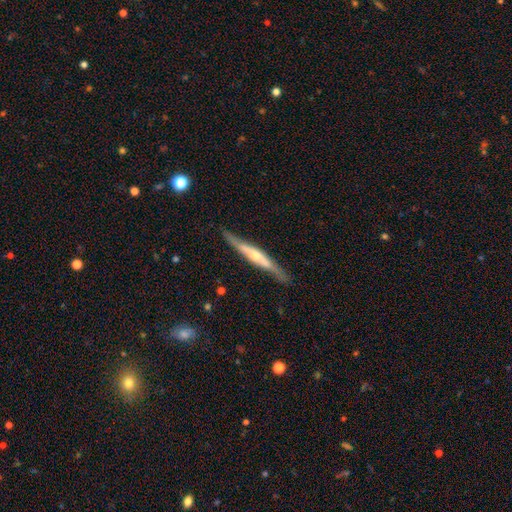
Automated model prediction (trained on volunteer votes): The model was most divided on "smooth or featured": featured or disk: 70%, smooth: 25%, star or artifact: 5%. More confident: edge-on disk — yes (90%); merging — none (82%); edge-on bulge — rounded (71%).